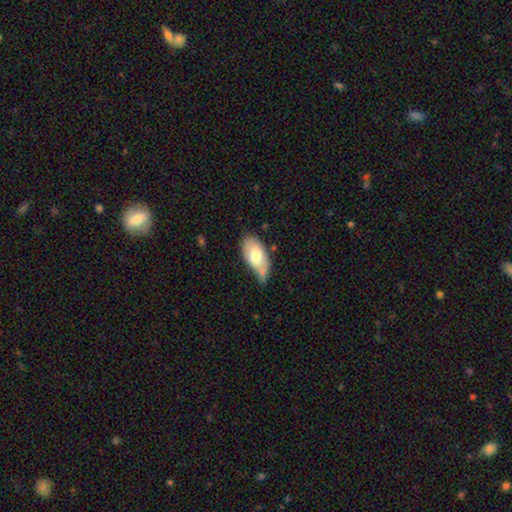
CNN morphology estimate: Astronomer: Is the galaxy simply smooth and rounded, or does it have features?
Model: smooth — 68%.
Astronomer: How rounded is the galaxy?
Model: in between — 93%.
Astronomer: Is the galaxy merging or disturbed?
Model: minor disturbance — 42% (runner-up: none, 38%).